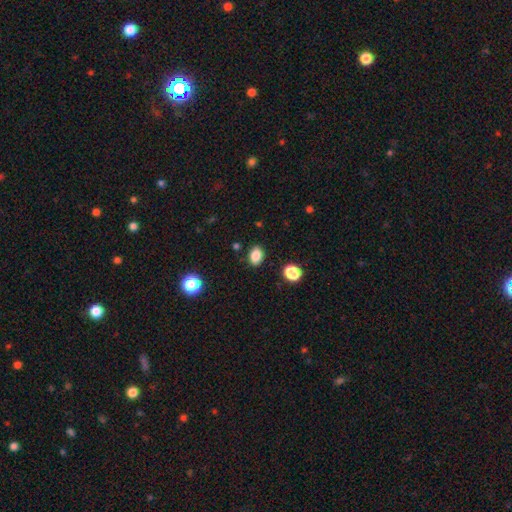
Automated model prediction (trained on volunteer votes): A smooth galaxy with no disk features (85%) that is in between round and cigar-shaped (73%).

Vote fractions:
- Smooth or featured? smooth: 85% / star or artifact: 10% / featured or disk: 4%
- How rounded? in between: 73% / round: 25% / cigar-shaped: 1%
- Merging? none: 85% / minor disturbance: 10% / major disturbance: 3% / merger: 2%